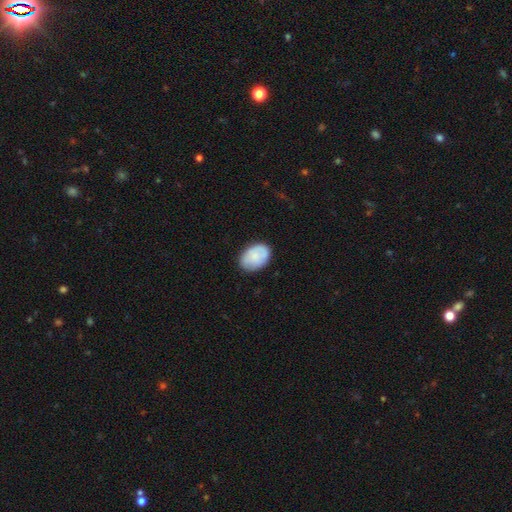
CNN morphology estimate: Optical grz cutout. It shows a smooth galaxy with no disk features (79%) that is in between round and cigar-shaped (82%). Merging: none (79%).